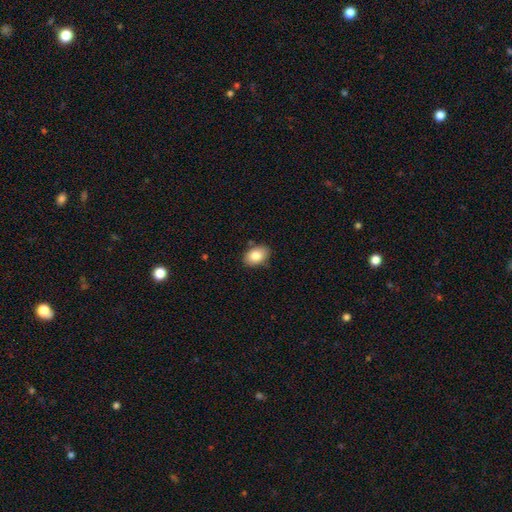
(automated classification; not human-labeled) Smooth or featured?
  - smooth: 83% *
  - featured or disk: 9%
  - star or artifact: 8%
How rounded?
  - in between: 83% *
  - round: 16%
  - cigar-shaped: 1%
Merging?
  - none: 82% *
  - minor disturbance: 13%
  - major disturbance: 2%
  - merger: 2%